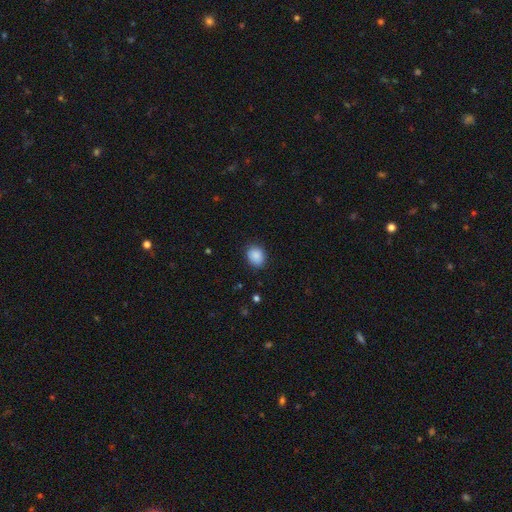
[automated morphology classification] This appears to be a smooth galaxy with no disk features (88%) that is in between round and cigar-shaped (50%). Merging: none (85%).